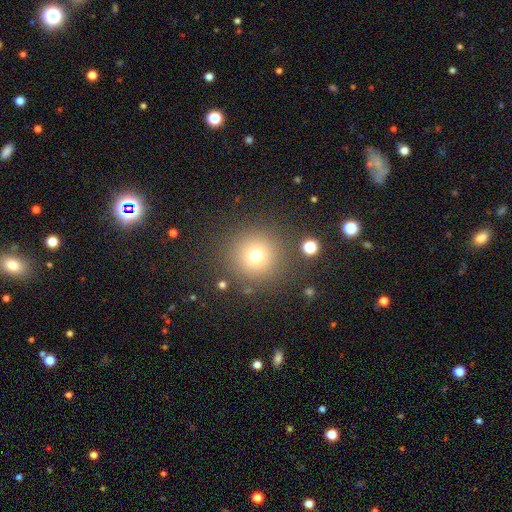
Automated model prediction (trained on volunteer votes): smooth_or_featured: smooth (p=0.72) [alt: star or artifact p=0.18]
how_rounded: round (p=0.96) [alt: in between p=0.03]
merging: none (p=0.86) [alt: minor disturbance p=0.07]